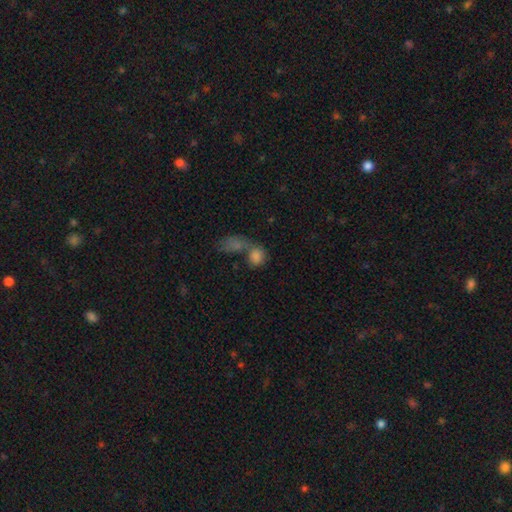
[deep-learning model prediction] Smooth or featured: smooth — 80% (star or artifact — 11%)
How rounded: round — 57% (in between — 40%)
Merging: merger — 57% (none — 28%)